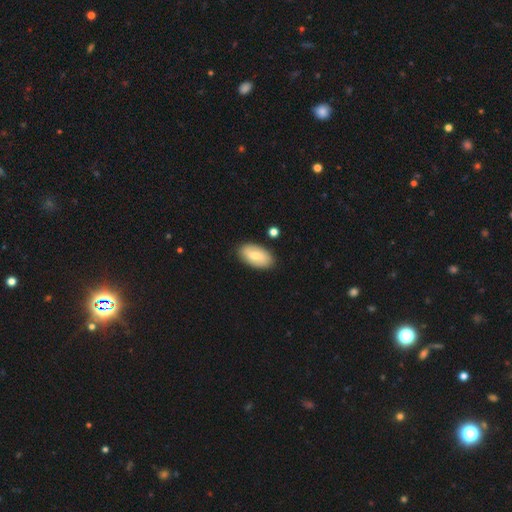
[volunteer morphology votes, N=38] A smooth galaxy with no disk features (79%) that is in between round and cigar-shaped (97%).

Vote fractions:
- Smooth or featured? smooth: 79% / featured or disk: 16% / star or artifact: 5%
- How rounded? in between: 97% / cigar-shaped: 3% / round: 0%
- Merging? none: 86% / minor disturbance: 11% / merger: 3% / major disturbance: 0%